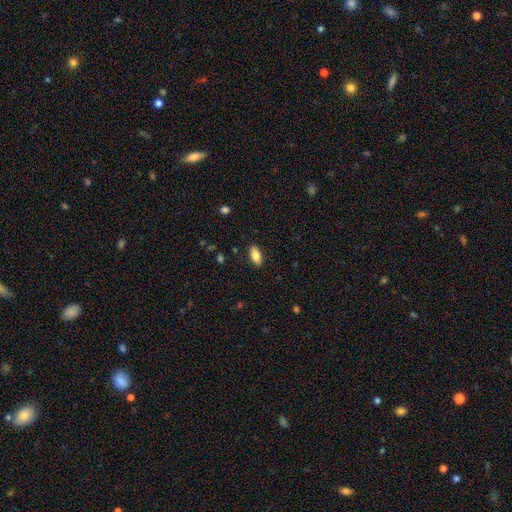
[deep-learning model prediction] smooth 82%, featured or disk 11%, star or artifact 7%. Down the decision tree: how rounded — in between (88%); merging — none (89%).